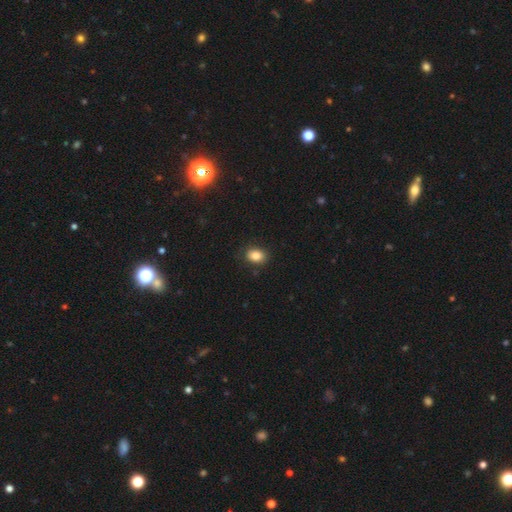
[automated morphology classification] A smooth galaxy with no disk features (85%) that is in between round and cigar-shaped (67%).

Vote fractions:
- Smooth or featured? smooth: 85% / star or artifact: 9% / featured or disk: 6%
- How rounded? in between: 67% / round: 32% / cigar-shaped: 1%
- Merging? none: 85% / minor disturbance: 12% / major disturbance: 3% / merger: 1%